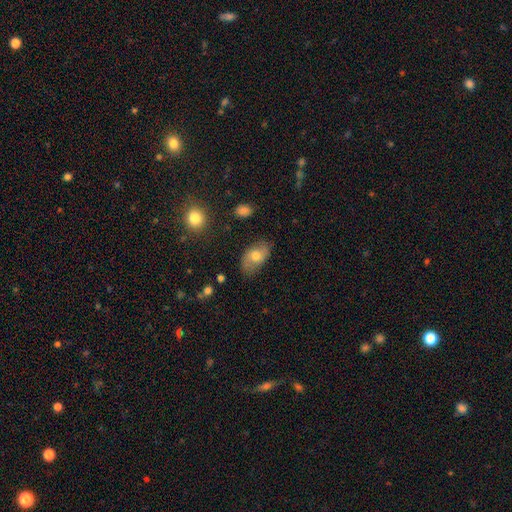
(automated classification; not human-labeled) Smooth or featured?
  - smooth: 64% *
  - featured or disk: 28%
  - star or artifact: 8%
How rounded?
  - in between: 90% *
  - round: 8%
  - cigar-shaped: 2%
Merging?
  - none: 72% *
  - minor disturbance: 21%
  - major disturbance: 5%
  - merger: 2%